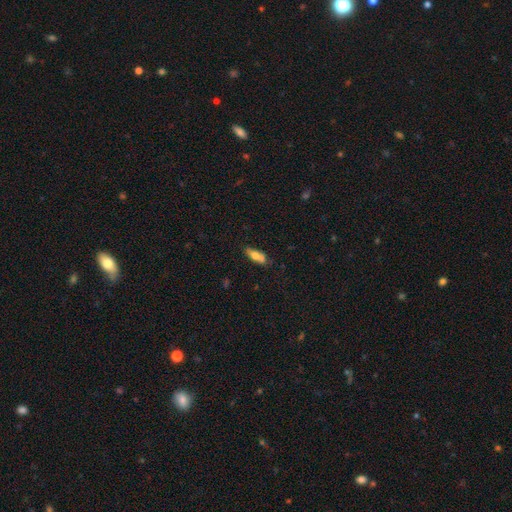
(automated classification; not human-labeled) Morphology: type=smooth (64%); roundness=in between (69%); merging=none (64%).